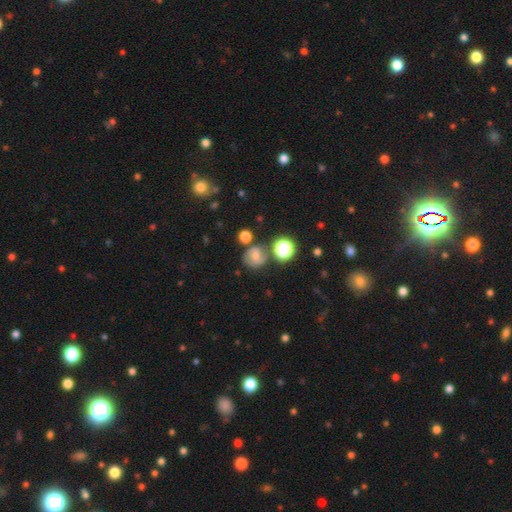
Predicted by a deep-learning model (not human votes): The model was most divided on "smooth or featured": smooth: 54%, featured or disk: 29%, star or artifact: 17%. More confident: how rounded — round (81%); merging — none (65%).